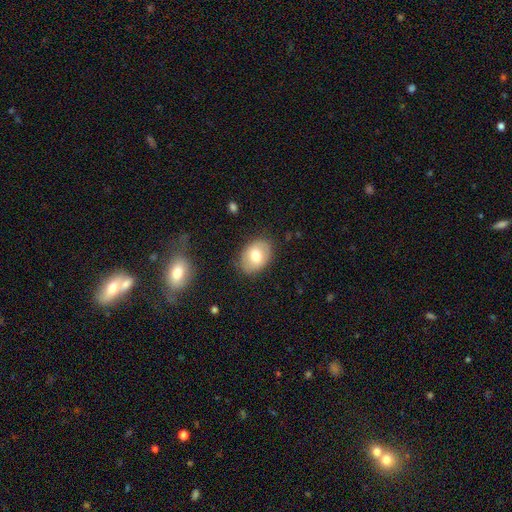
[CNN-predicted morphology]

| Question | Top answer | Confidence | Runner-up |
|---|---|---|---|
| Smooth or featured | smooth | 70% | featured or disk (22%) |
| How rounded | in between | 75% | round (24%) |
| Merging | none | 83% | minor disturbance (12%) |